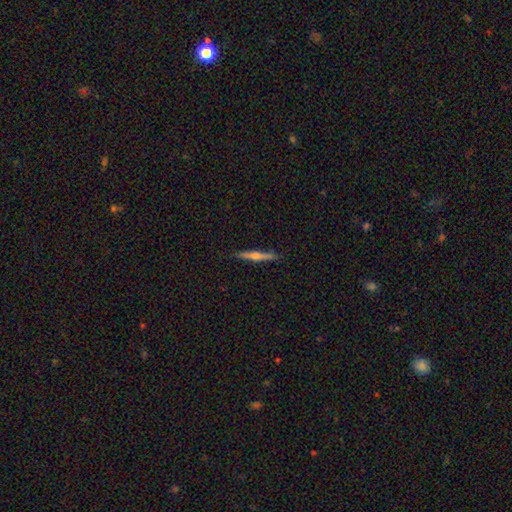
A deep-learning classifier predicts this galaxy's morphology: smooth-or-featured: featured or disk: 62% | smooth: 32% | star or artifact: 6%
  disk-edge-on: yes: 98% | no: 2%
    edge-on-bulge: rounded: 83% | none: 11% | boxy: 6%
  merging: none: 91% | minor disturbance: 7% | major disturbance: 1% | merger: 1%